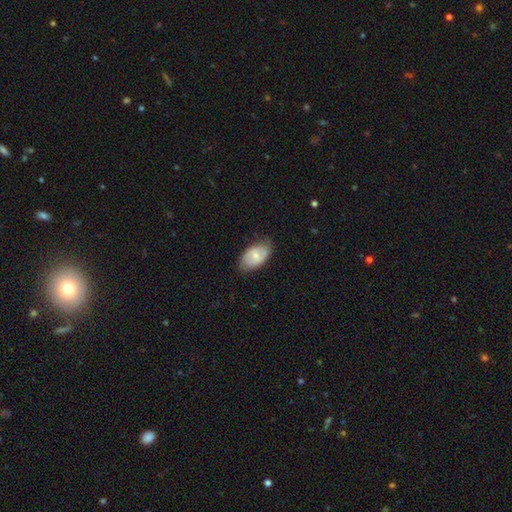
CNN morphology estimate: This appears to be a smooth galaxy with no disk features (58%) that is in between round and cigar-shaped (93%). Merging: none (75%).